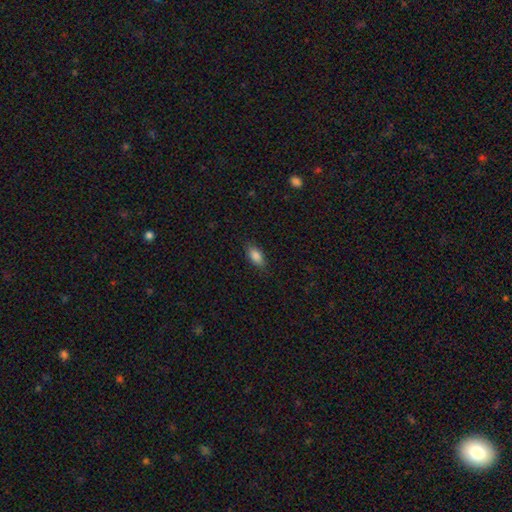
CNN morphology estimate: Q: Smooth or featured?
A: smooth (86%); runner-up: star or artifact (8%)
Q: How rounded?
A: in between (87%); runner-up: cigar-shaped (9%)
Q: Merging?
A: none (84%); runner-up: minor disturbance (13%)